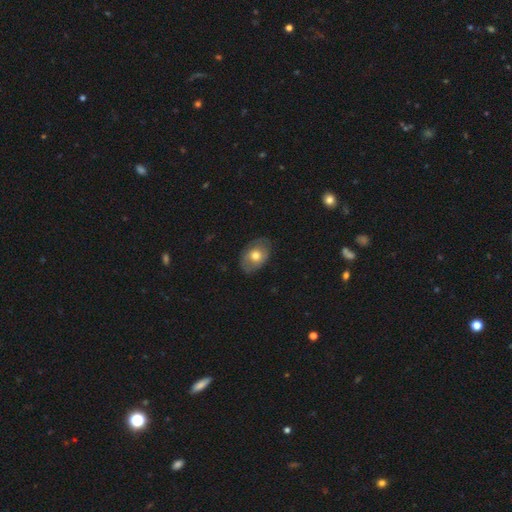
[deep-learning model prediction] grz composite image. It shows a smooth galaxy with no disk features (62%) that is in between round and cigar-shaped (78%). Merging: none (77%).